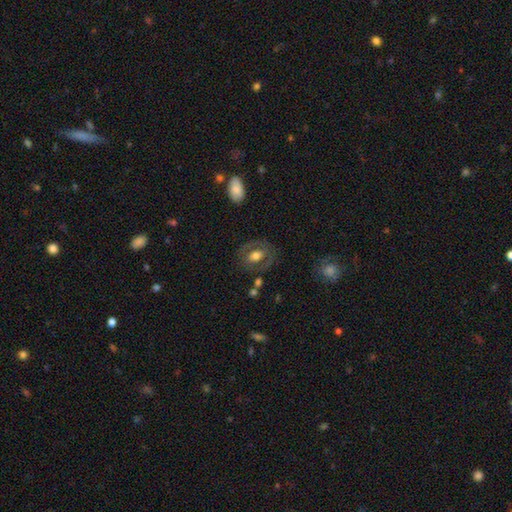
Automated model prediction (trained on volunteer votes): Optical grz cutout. It shows a smooth galaxy with no disk features (49%). Merging: none (75%).